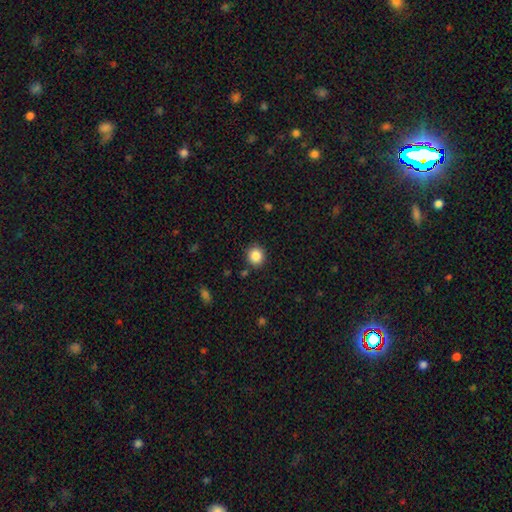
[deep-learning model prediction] Q: Smooth or featured?
A: smooth (86%); runner-up: star or artifact (10%)
Q: How rounded?
A: round (87%); runner-up: in between (12%)
Q: Merging?
A: none (88%); runner-up: minor disturbance (7%)